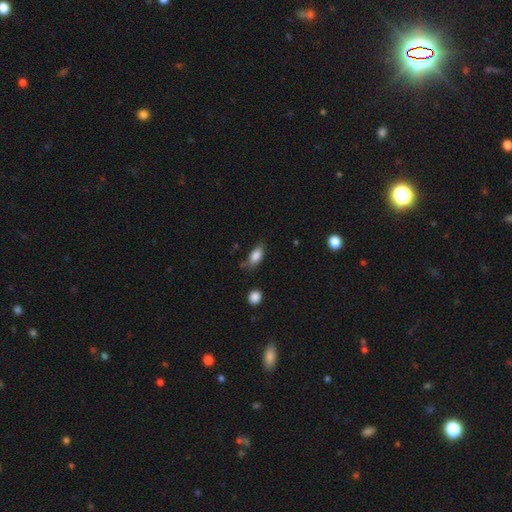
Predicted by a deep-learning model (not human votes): smooth 83%, featured or disk 8%, star or artifact 8%. Down the decision tree: how rounded — in between (87%); merging — none (56%).